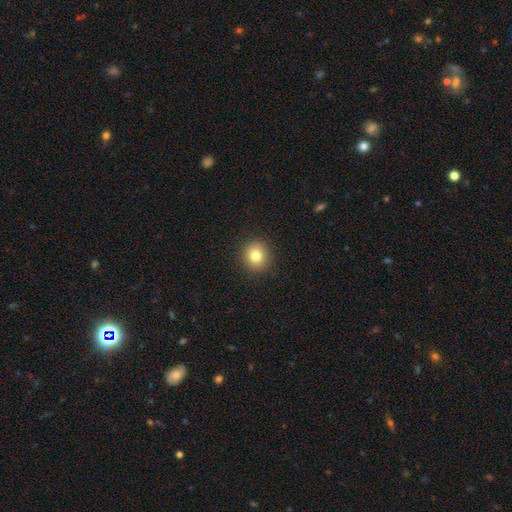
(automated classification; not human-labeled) smooth 80%, star or artifact 11%, featured or disk 8%. Down the decision tree: how rounded — round (89%); merging — none (91%).